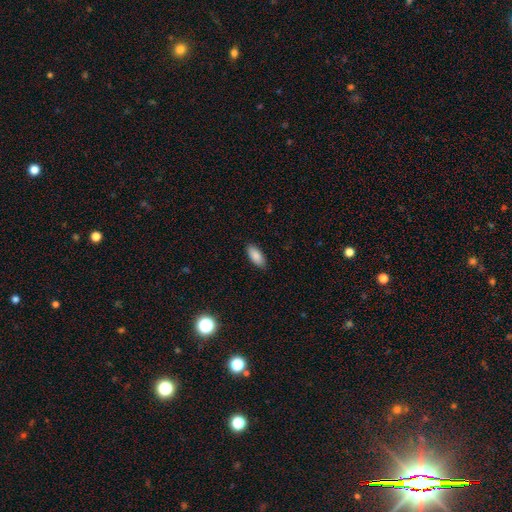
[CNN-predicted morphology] Smooth or featured: smooth — 89% (star or artifact — 6%)
How rounded: in between — 85% (cigar-shaped — 13%)
Merging: none — 88% (minor disturbance — 9%)